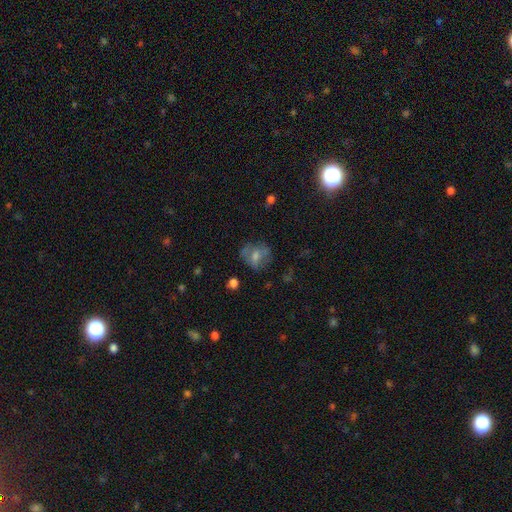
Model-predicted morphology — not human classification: Smooth or featured?
  - smooth: 45% *
  - featured or disk: 39%
  - star or artifact: 16%
Merging?
  - none: 67% *
  - minor disturbance: 20%
  - major disturbance: 11%
  - merger: 2%